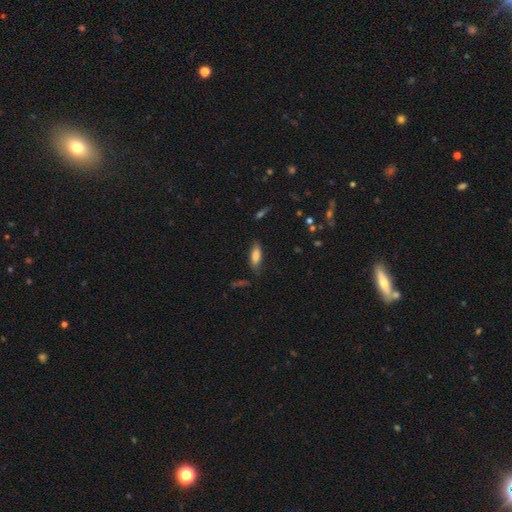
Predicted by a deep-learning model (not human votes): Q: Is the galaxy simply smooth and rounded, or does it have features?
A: smooth — 80%.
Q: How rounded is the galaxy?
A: in between — 63%.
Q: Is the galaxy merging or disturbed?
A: none — 77%.